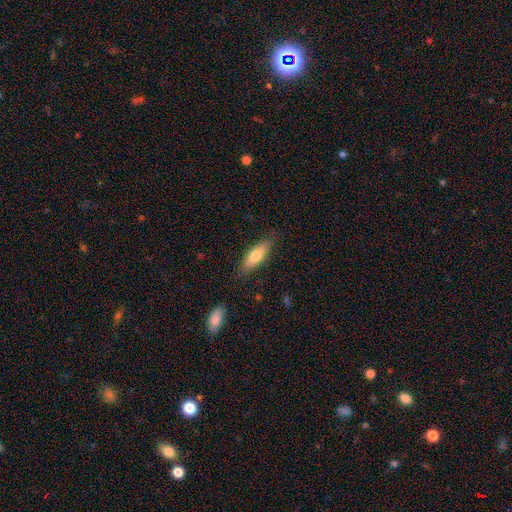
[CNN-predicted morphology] Q: Smooth or featured?
A: smooth (73%); runner-up: featured or disk (21%)
Q: How rounded?
A: in between (60%); runner-up: cigar-shaped (38%)
Q: Merging?
A: none (84%); runner-up: minor disturbance (12%)